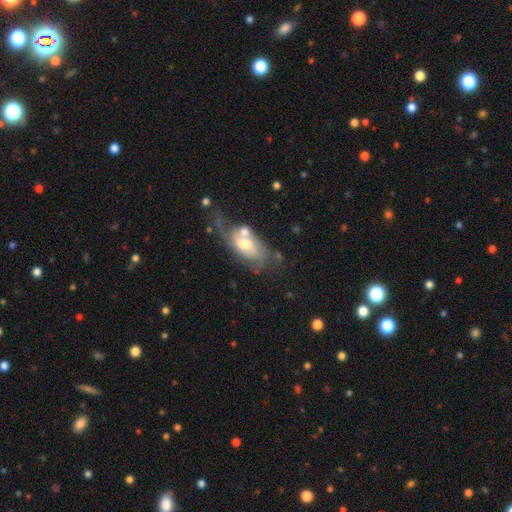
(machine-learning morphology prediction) type=featured or disk (60%); edge-on=no (87%); bar=no (65%); spiral arms=yes (68%); bulge=moderate (61%); merging=none (31%).